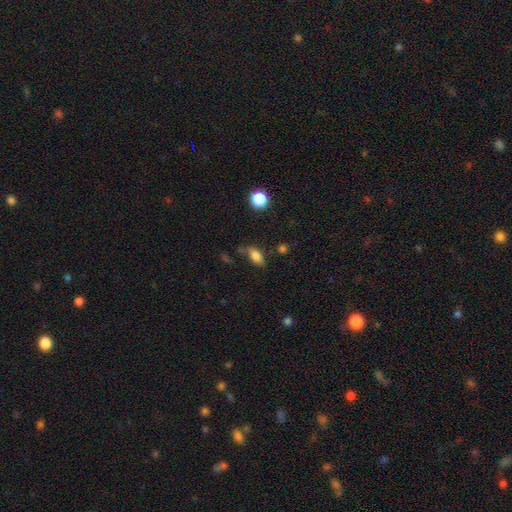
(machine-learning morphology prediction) The model was most divided on "merging": none: 53%, minor disturbance: 26%, major disturbance: 15%, merger: 6%. More confident: how rounded — in between (82%); smooth or featured — smooth (75%).